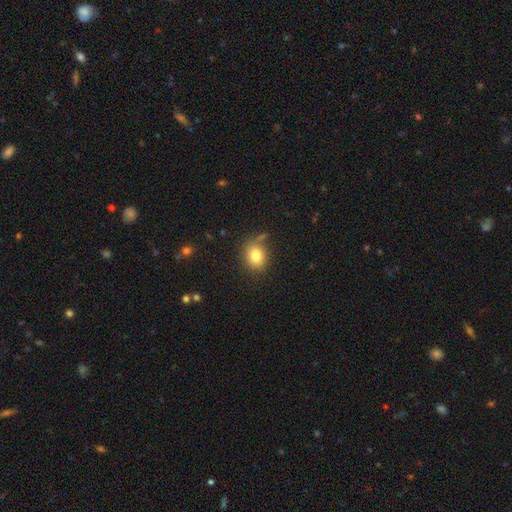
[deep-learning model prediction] A smooth galaxy with no disk features (81%) that is round (50%).

Vote fractions:
- Smooth or featured? smooth: 81% / star or artifact: 11% / featured or disk: 9%
- How rounded? round: 50% / in between: 49% / cigar-shaped: 1%
- Merging? none: 73% / minor disturbance: 16% / merger: 6% / major disturbance: 5%